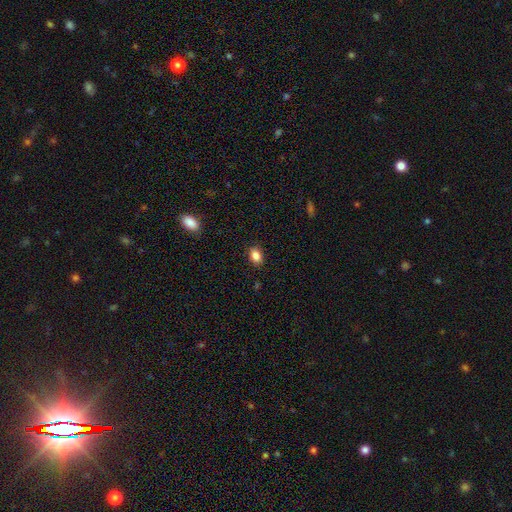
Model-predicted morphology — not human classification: smooth_or_featured: smooth (p=0.85) [alt: star or artifact p=0.09]
how_rounded: in between (p=0.79) [alt: round p=0.20]
merging: none (p=0.87) [alt: minor disturbance p=0.10]